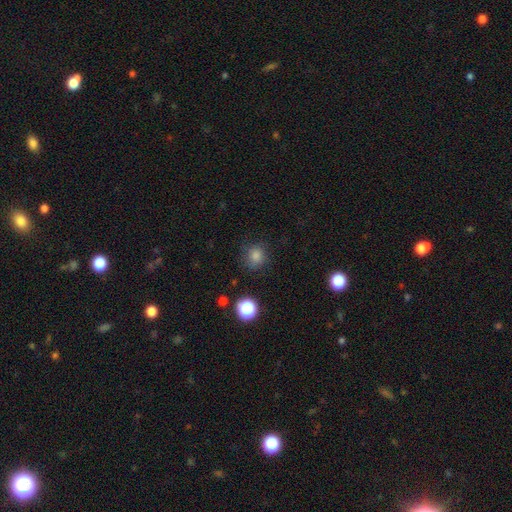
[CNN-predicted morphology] Smooth or featured? Predicted: smooth (p=0.76). How rounded? Predicted: round (p=0.89). Merging? Predicted: none (p=0.80).